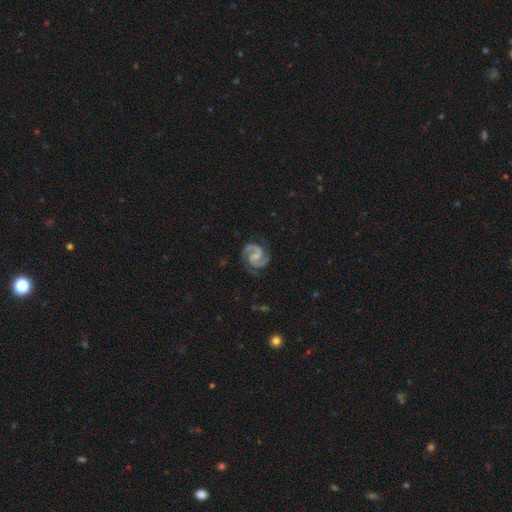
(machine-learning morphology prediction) Smooth or featured? Predicted: featured or disk (p=0.93). Edge-on disk? Predicted: no (p=0.98). Bar? Predicted: weak (p=0.49). Spiral arms? Predicted: yes (p=0.99). Spiral winding? Predicted: medium (p=0.58). Spiral arm count? Predicted: 2 (p=0.94). Bulge size? Predicted: small (p=0.42). Merging? Predicted: none (p=0.82).